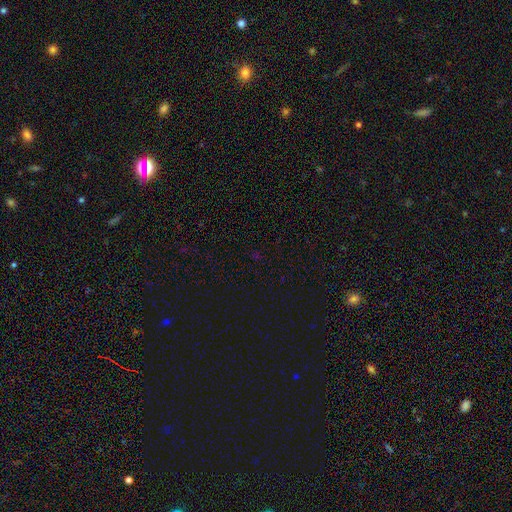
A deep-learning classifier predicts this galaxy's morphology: Q: Smooth or featured?
A: star or artifact (67%); runner-up: smooth (26%)